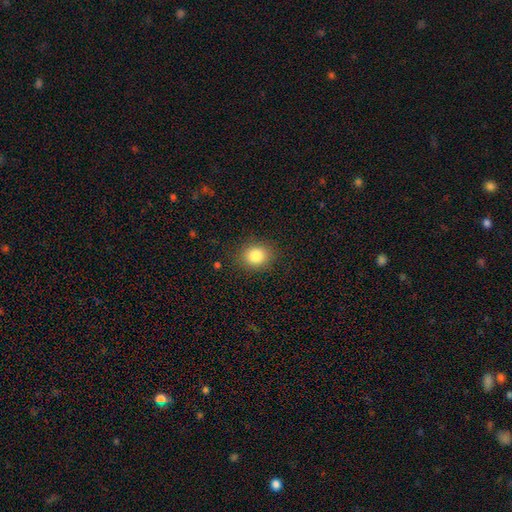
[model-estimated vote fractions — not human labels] A smooth galaxy with no disk features (83%) that is round (70%). Merging: none (87%).